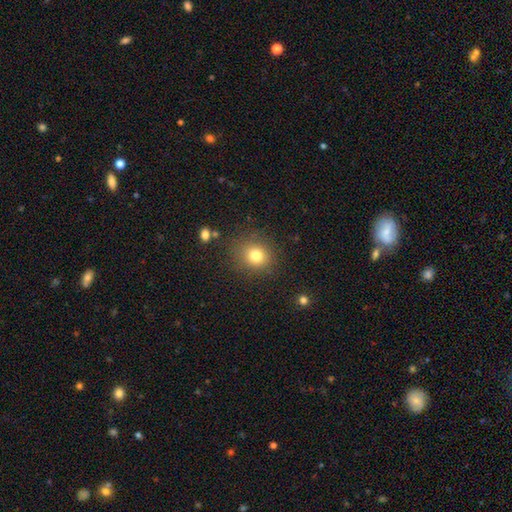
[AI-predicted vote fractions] A smooth galaxy with no disk features (79%) that is round (78%).

Vote fractions:
- Smooth or featured? smooth: 79% / star or artifact: 13% / featured or disk: 8%
- How rounded? round: 78% / in between: 21% / cigar-shaped: 1%
- Merging? none: 84% / minor disturbance: 10% / major disturbance: 4% / merger: 2%